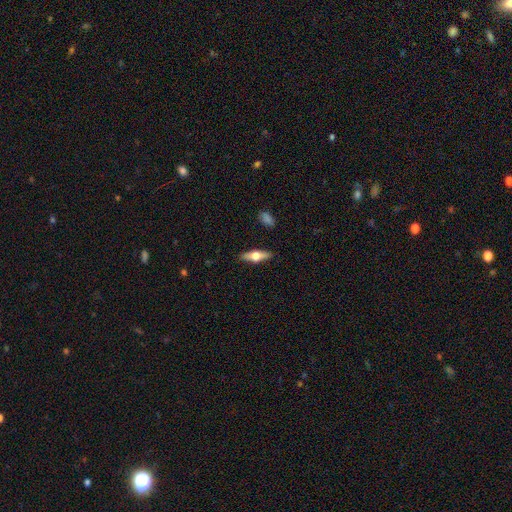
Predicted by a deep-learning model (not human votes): Smooth or featured?
  - featured or disk: 49% *
  - smooth: 45%
  - star or artifact: 6%
Merging?
  - none: 88% *
  - minor disturbance: 8%
  - major disturbance: 2%
  - merger: 1%